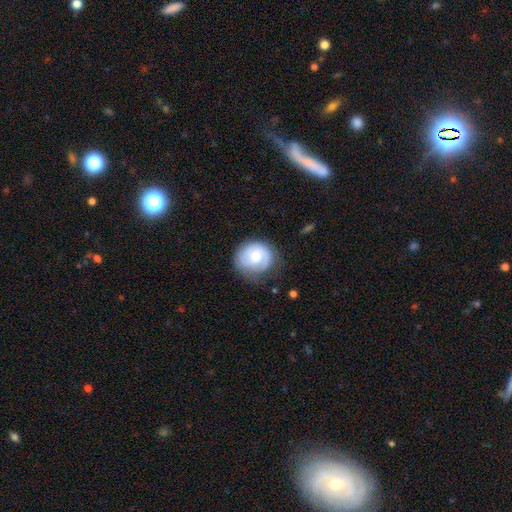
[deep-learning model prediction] This appears to be a featured or disk galaxy (55%) with no bar (73%), spiral arms (83%) and a moderate central bulge (63%). Merging: none (68%).